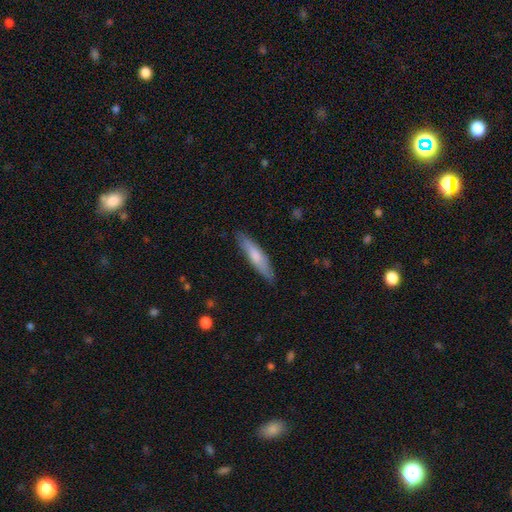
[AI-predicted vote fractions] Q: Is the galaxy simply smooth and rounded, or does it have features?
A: smooth — 68%.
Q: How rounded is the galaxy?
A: cigar-shaped — 83%.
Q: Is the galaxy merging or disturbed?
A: none — 86%.